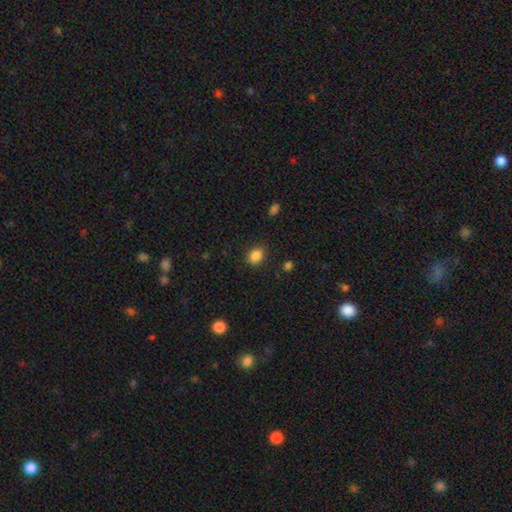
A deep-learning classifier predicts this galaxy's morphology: smooth 86%, star or artifact 10%, featured or disk 4%. Down the decision tree: how rounded — in between (62%); merging — none (84%).